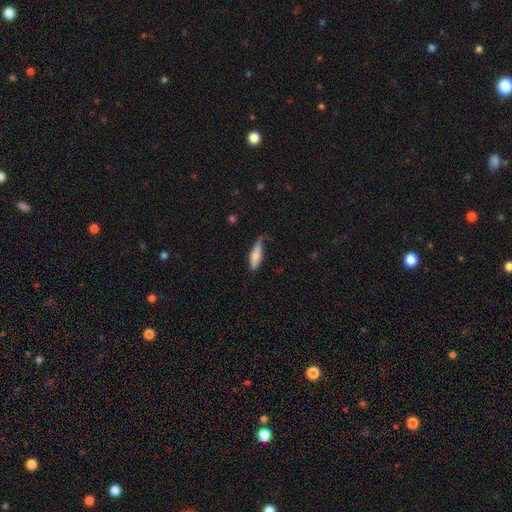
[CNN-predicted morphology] smooth_or_featured: smooth (p=0.80) [alt: featured or disk p=0.14]
how_rounded: cigar-shaped (p=0.58) [alt: in between p=0.40]
merging: none (p=0.56) [alt: minor disturbance p=0.35]